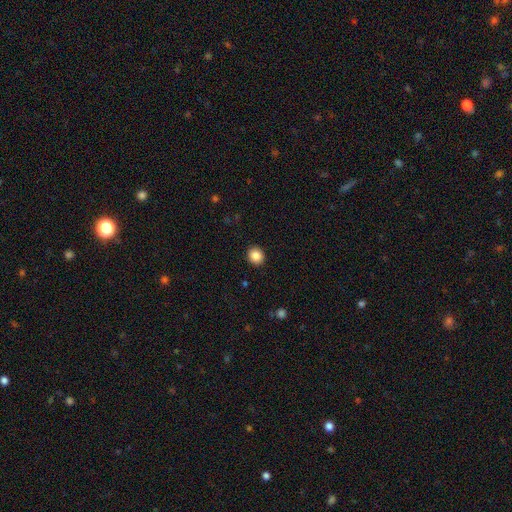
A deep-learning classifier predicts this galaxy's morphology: A smooth galaxy with no disk features (86%) that is round (79%). Merging: none (92%).